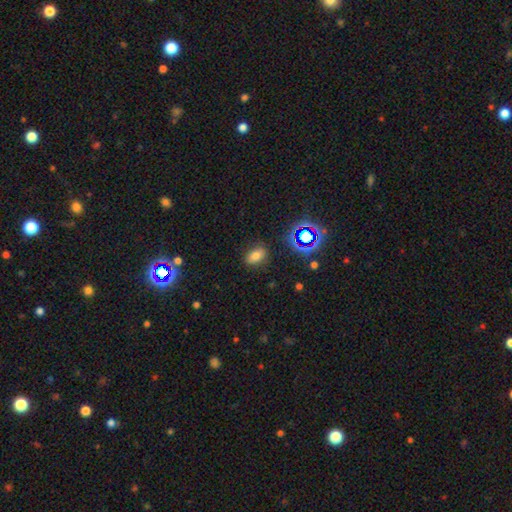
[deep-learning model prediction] smooth_or_featured: smooth (p=0.70) [alt: star or artifact p=0.20]
how_rounded: in between (p=0.83) [alt: round p=0.15]
merging: none (p=0.84) [alt: minor disturbance p=0.11]